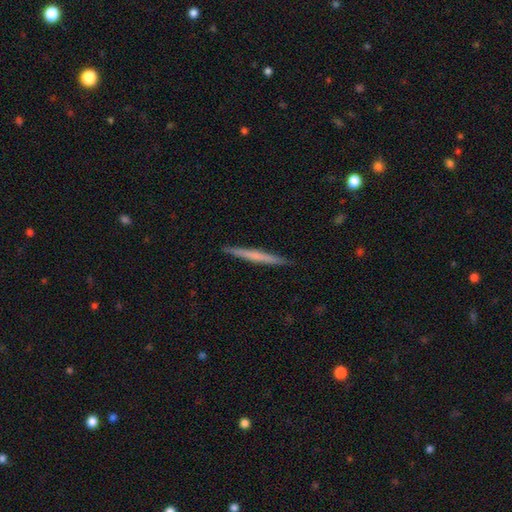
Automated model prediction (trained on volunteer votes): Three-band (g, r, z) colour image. It shows a smooth galaxy with no disk features (51%) that is cigar-shaped (97%). Merging: none (92%).